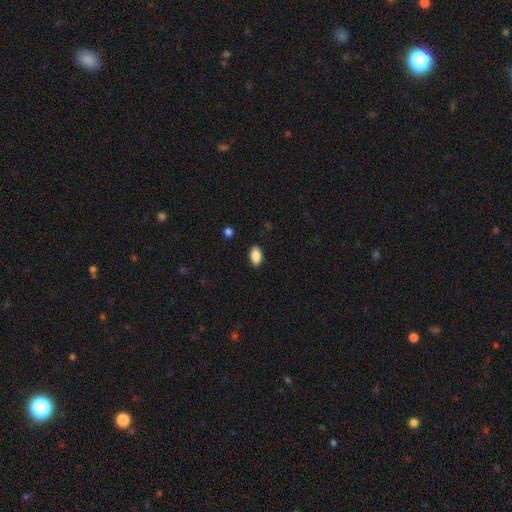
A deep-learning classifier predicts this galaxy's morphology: Q: Smooth or featured?
A: smooth (88%); runner-up: star or artifact (7%)
Q: How rounded?
A: in between (92%); runner-up: round (6%)
Q: Merging?
A: none (88%); runner-up: minor disturbance (9%)